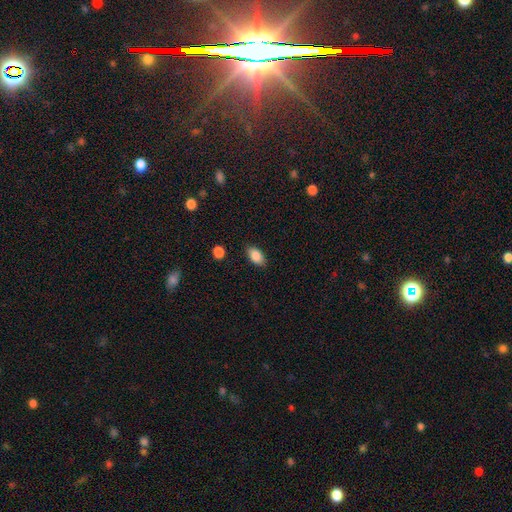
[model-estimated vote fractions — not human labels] Smooth or featured? smooth (86%)
How rounded? in between (91%)
Merging? none (86%)